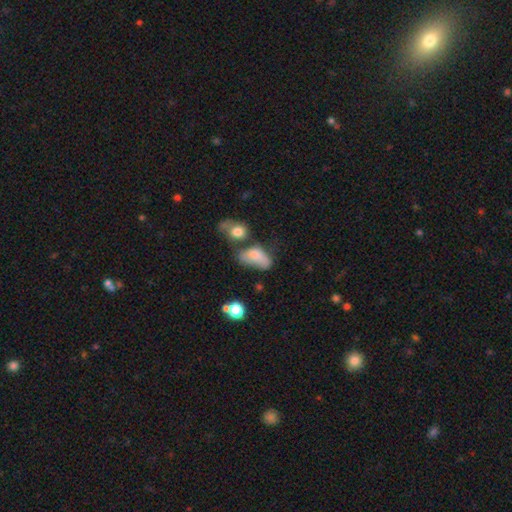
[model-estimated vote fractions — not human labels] A smooth galaxy with no disk features (72%) that is in between round and cigar-shaped (88%).

Vote fractions:
- Smooth or featured? smooth: 72% / featured or disk: 17% / star or artifact: 11%
- How rounded? in between: 88% / round: 9% / cigar-shaped: 3%
- Merging? merger: 33% / major disturbance: 23% / minor disturbance: 22% / none: 22%